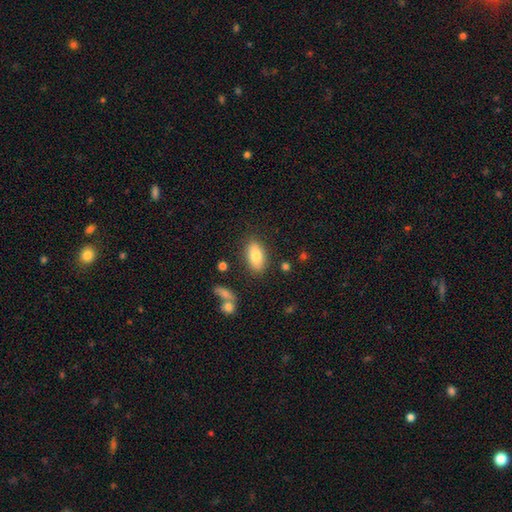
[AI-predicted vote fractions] smooth 78%, featured or disk 14%, star or artifact 8%. Down the decision tree: how rounded — in between (90%); merging — none (82%).